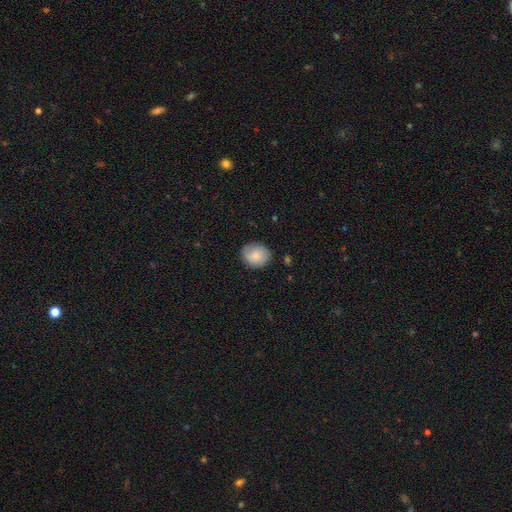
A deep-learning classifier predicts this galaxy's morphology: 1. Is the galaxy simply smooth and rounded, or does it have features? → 77% smooth, 16% featured or disk, 7% star or artifact.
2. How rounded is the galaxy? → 67% round, 32% in between, 1% cigar-shaped.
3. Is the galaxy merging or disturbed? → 80% none, 16% minor disturbance, 3% major disturbance, 1% merger.